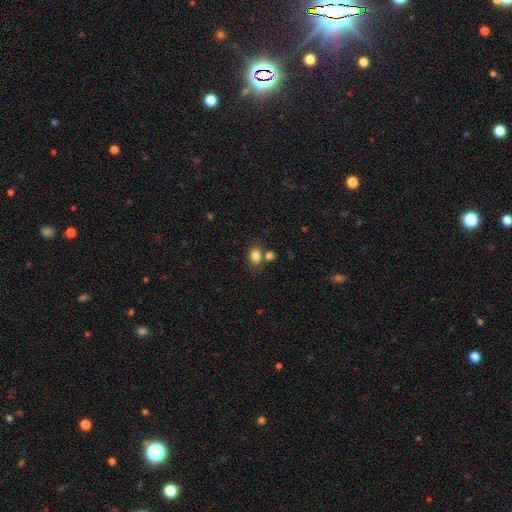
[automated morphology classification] Smooth or featured?
  - smooth: 83% *
  - star or artifact: 10%
  - featured or disk: 7%
How rounded?
  - in between: 70% *
  - round: 28%
  - cigar-shaped: 1%
Merging?
  - none: 61% *
  - merger: 22%
  - minor disturbance: 13%
  - major disturbance: 4%